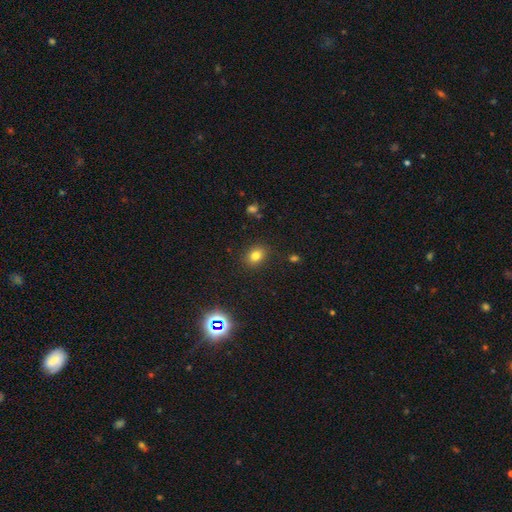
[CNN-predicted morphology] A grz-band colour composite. It shows a smooth galaxy with no disk features (78%) that is in between round and cigar-shaped (54%). Merging: none (87%).